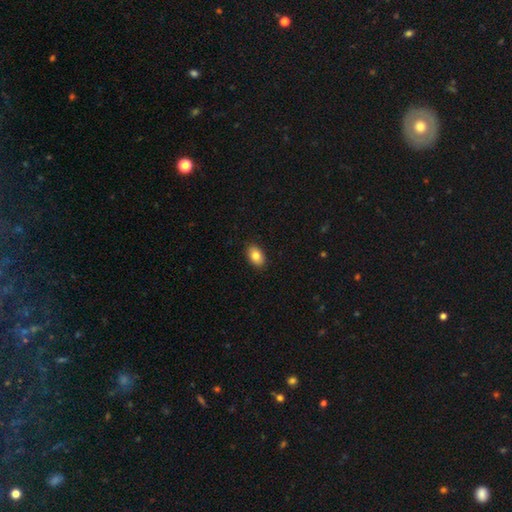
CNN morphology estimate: Q: Smooth or featured?
A: smooth (84%); runner-up: featured or disk (8%)
Q: How rounded?
A: in between (88%); runner-up: round (11%)
Q: Merging?
A: none (90%); runner-up: minor disturbance (8%)